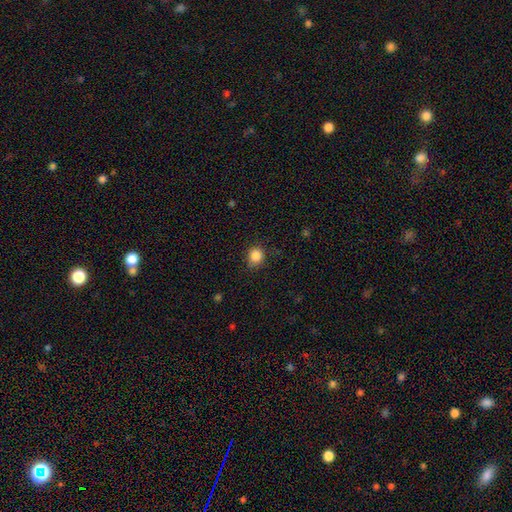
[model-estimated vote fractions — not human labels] A smooth galaxy with no disk features (86%) that is round (77%).

Vote fractions:
- Smooth or featured? smooth: 86% / star or artifact: 10% / featured or disk: 4%
- How rounded? round: 77% / in between: 22% / cigar-shaped: 1%
- Merging? none: 80% / minor disturbance: 15% / major disturbance: 3% / merger: 1%